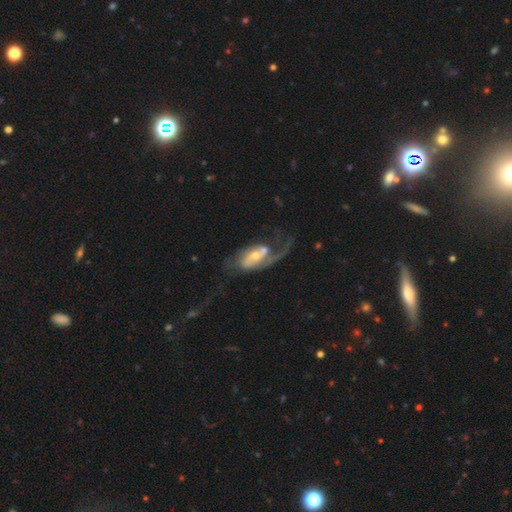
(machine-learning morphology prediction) A featured or disk galaxy (78%) with no bar (46%), 2 (56%) loose (57%) spiral arms (87%) and a moderate central bulge (56%).

Vote fractions:
- Smooth or featured? featured or disk: 78% / smooth: 16% / star or artifact: 6%
- Edge-on disk? no: 95% / yes: 5%
- Bar? no: 46% / weak: 39% / strong: 15%
- Spiral arms? yes: 87% / no: 13%
- Spiral winding? loose: 57% / medium: 31% / tight: 12%
- Spiral arm count? 2: 56% / 1: 31% / can't tell: 8% / 3: 2% / 4: 1% / more than 4: 1%
- Bulge size? moderate: 56% / small: 34% / large: 6% / none: 2% / dominant: 1%
- Merging? major disturbance: 32% / none: 29% / merger: 24% / minor disturbance: 14%